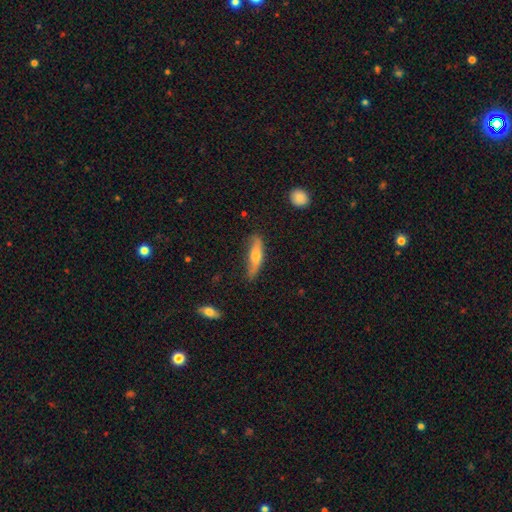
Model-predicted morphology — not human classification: Q: Smooth or featured?
A: smooth (55%); runner-up: featured or disk (39%)
Q: How rounded?
A: cigar-shaped (72%); runner-up: in between (26%)
Q: Merging?
A: none (69%); runner-up: minor disturbance (24%)